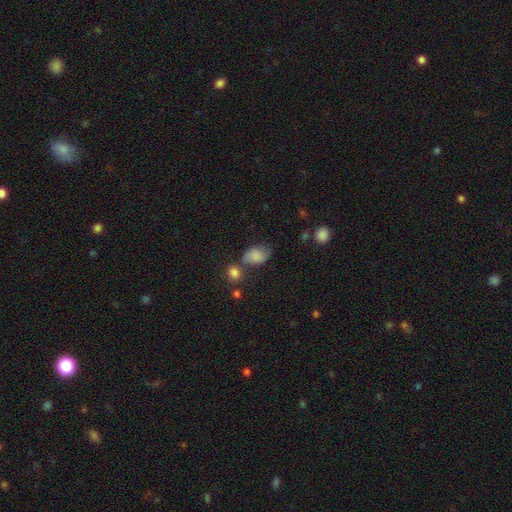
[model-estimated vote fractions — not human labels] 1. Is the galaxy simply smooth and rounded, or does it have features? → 75% smooth, 15% featured or disk, 10% star or artifact.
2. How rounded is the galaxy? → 77% in between, 21% round, 1% cigar-shaped.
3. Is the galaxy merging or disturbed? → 51% none, 25% minor disturbance, 15% merger, 10% major disturbance.